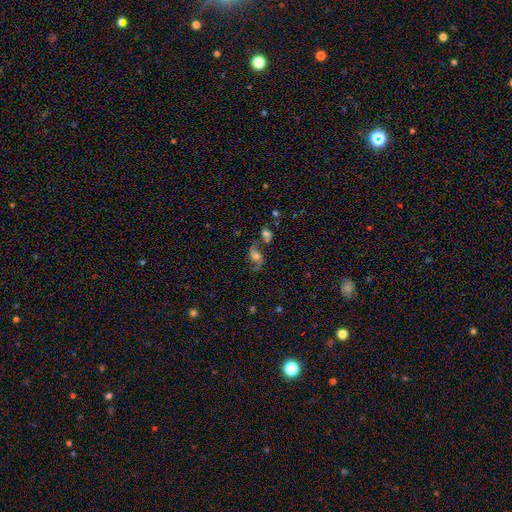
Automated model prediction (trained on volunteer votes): Smooth or featured: featured or disk — 55% (smooth — 29%)
Edge-on disk: no — 95% (yes — 5%)
Bar: no — 57% (weak — 34%)
Spiral arms: yes — 88% (no — 12%)
Bulge size: moderate — 32% (large — 30%)
Merging: none — 44% (merger — 24%)